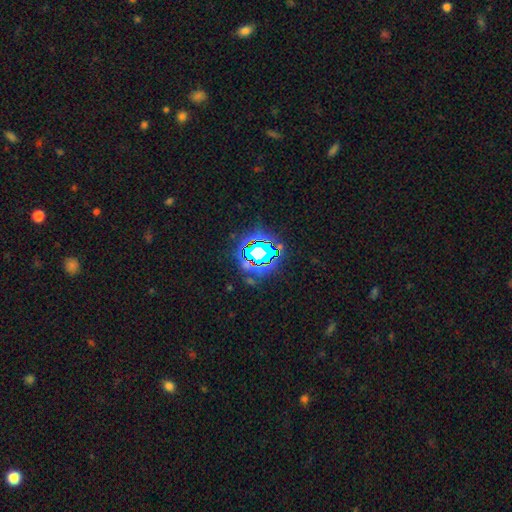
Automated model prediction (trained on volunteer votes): Q: Smooth or featured?
A: star or artifact (75%); runner-up: smooth (14%)